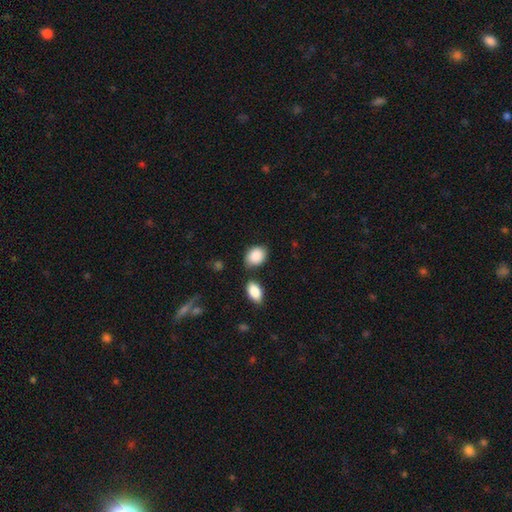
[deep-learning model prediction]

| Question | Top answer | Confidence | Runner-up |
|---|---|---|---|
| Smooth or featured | smooth | 89% | star or artifact (7%) |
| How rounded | in between | 71% | round (27%) |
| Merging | none | 68% | minor disturbance (18%) |